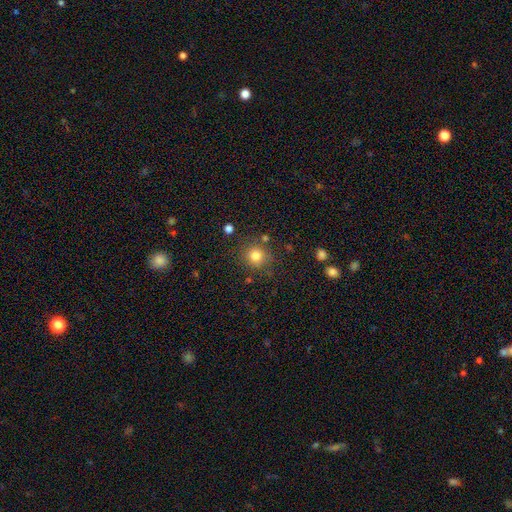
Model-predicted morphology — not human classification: This is clearly a smooth galaxy (81%). How rounded: clearly round (90%). Merging: clearly none (82%).